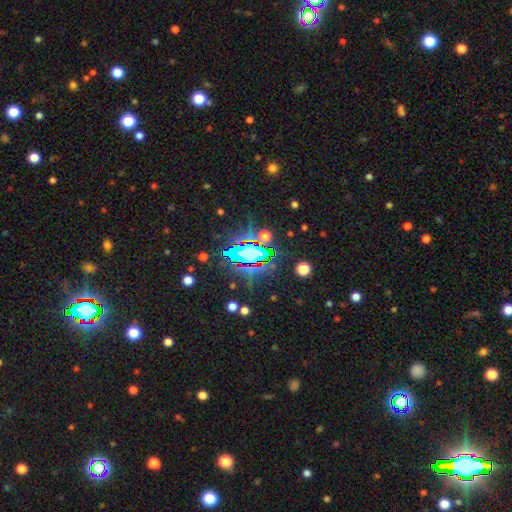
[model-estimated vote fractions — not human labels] Overall: star or artifact (75%).